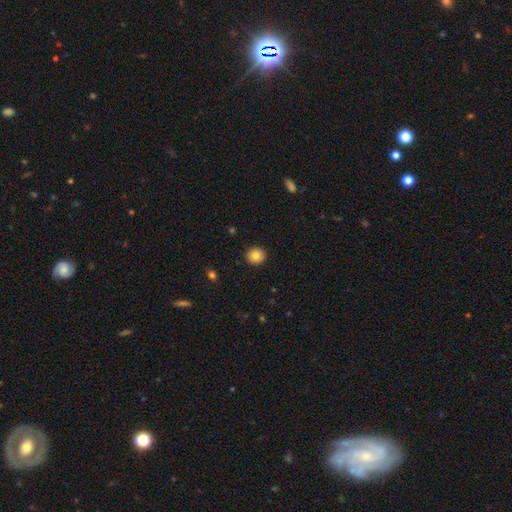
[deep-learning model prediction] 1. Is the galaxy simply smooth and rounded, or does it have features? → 83% smooth, 9% star or artifact, 8% featured or disk.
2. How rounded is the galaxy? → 91% round, 8% in between, 1% cigar-shaped.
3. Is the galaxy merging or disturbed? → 92% none, 5% minor disturbance, 2% major disturbance, 1% merger.